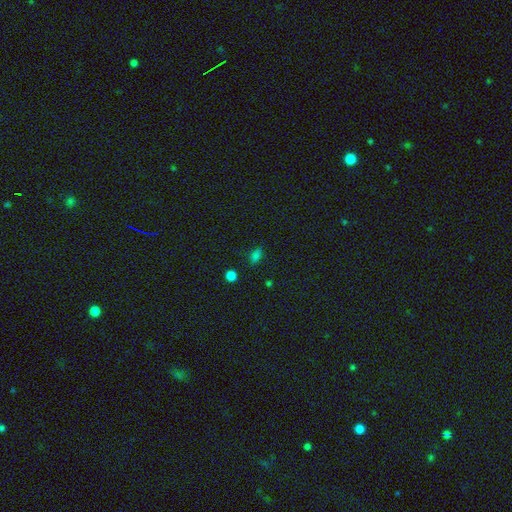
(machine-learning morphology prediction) smooth-or-featured: smooth: 75% | star or artifact: 19% | featured or disk: 6%
  how-rounded: in between: 82% | round: 11% | cigar-shaped: 7%
  merging: none: 77% | minor disturbance: 16% | major disturbance: 4% | merger: 3%